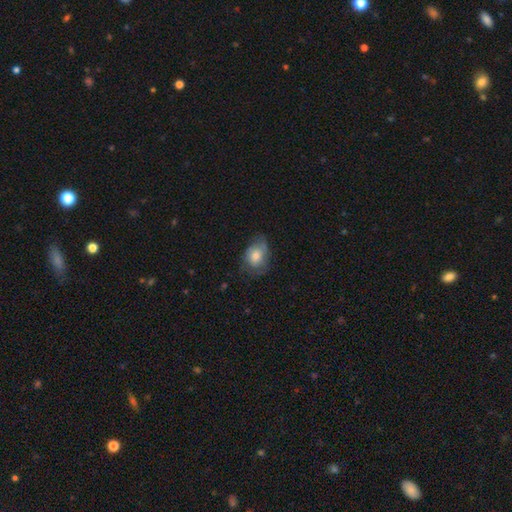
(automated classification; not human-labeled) Q: Smooth or featured?
A: smooth (71%); runner-up: featured or disk (21%)
Q: How rounded?
A: in between (67%); runner-up: round (31%)
Q: Merging?
A: none (52%); runner-up: minor disturbance (32%)